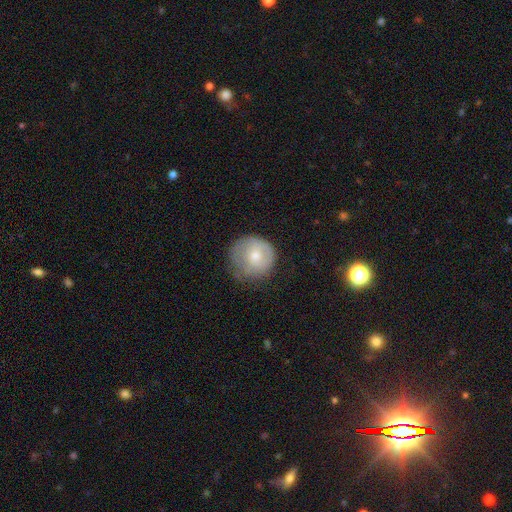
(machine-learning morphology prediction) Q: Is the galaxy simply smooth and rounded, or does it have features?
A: smooth — 68%.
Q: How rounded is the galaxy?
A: round — 90%.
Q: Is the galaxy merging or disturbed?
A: none — 55%.